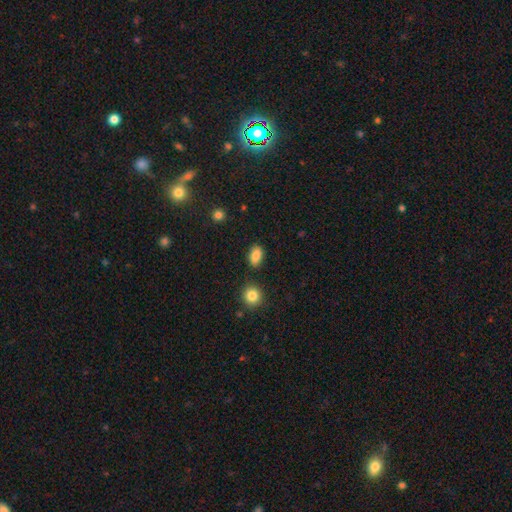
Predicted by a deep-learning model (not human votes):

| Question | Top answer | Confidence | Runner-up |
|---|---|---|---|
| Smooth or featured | smooth | 86% | star or artifact (9%) |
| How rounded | in between | 87% | round (10%) |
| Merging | none | 82% | minor disturbance (12%) |